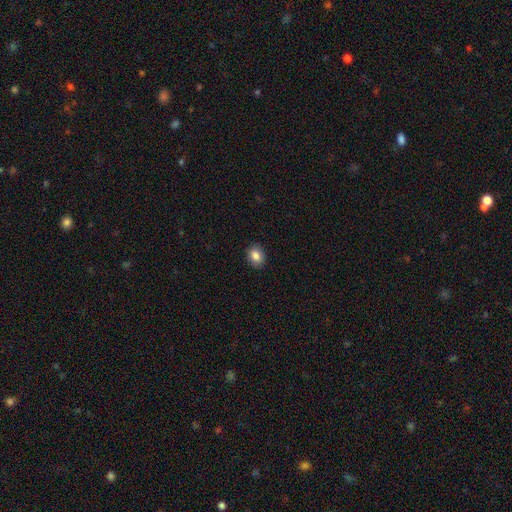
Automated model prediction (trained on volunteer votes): smooth-or-featured: smooth: 85% | star or artifact: 8% | featured or disk: 7%
  how-rounded: in between: 61% | round: 38% | cigar-shaped: 1%
  merging: none: 88% | minor disturbance: 9% | major disturbance: 2% | merger: 1%